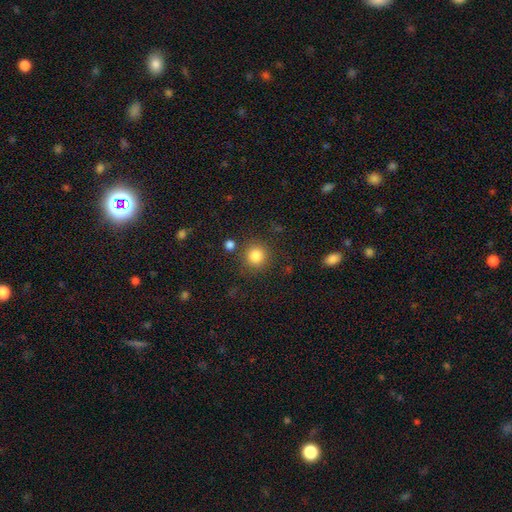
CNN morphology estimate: A smooth galaxy with no disk features (84%) that is round (91%).

Vote fractions:
- Smooth or featured? smooth: 84% / star or artifact: 11% / featured or disk: 5%
- How rounded? round: 91% / in between: 8% / cigar-shaped: 1%
- Merging? none: 83% / minor disturbance: 8% / merger: 5% / major disturbance: 4%